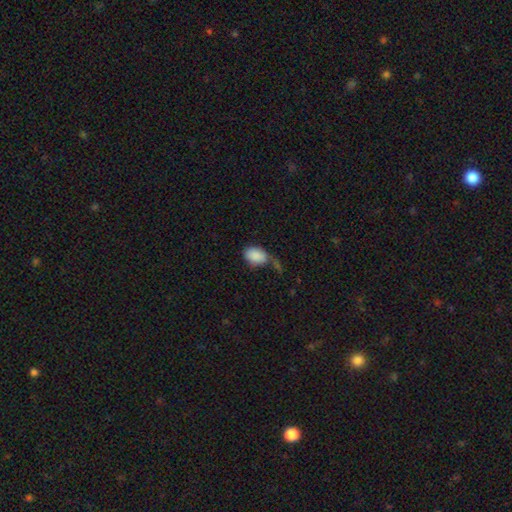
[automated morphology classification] Q: Smooth or featured?
A: smooth (88%); runner-up: star or artifact (7%)
Q: How rounded?
A: in between (86%); runner-up: round (13%)
Q: Merging?
A: none (45%); runner-up: minor disturbance (26%)